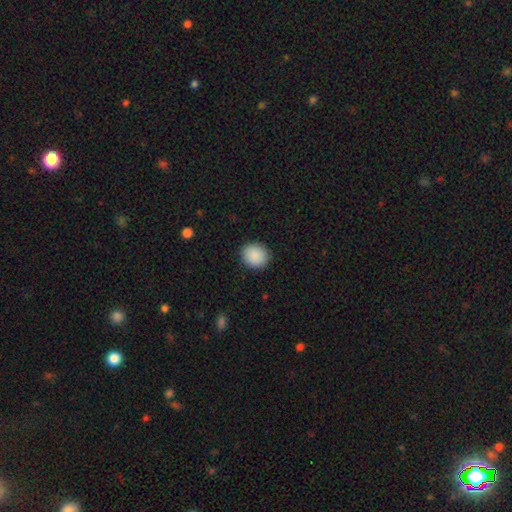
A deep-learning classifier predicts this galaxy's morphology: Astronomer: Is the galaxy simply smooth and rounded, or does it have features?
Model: smooth — 90%.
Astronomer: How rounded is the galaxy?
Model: round — 83%.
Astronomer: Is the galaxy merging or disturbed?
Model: none — 91%.